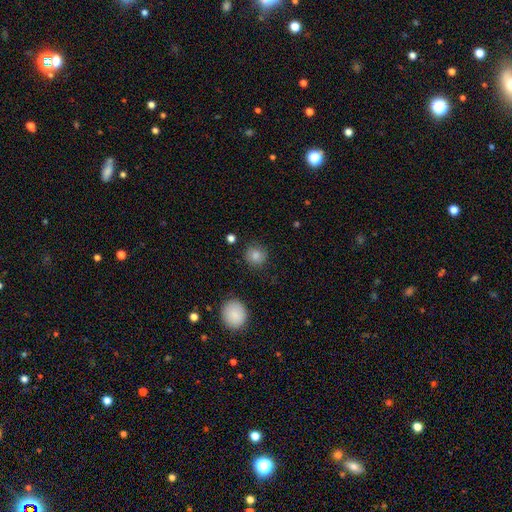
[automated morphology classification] Overall: smooth (84%). How rounded: round (90%). Merging: none (85%).